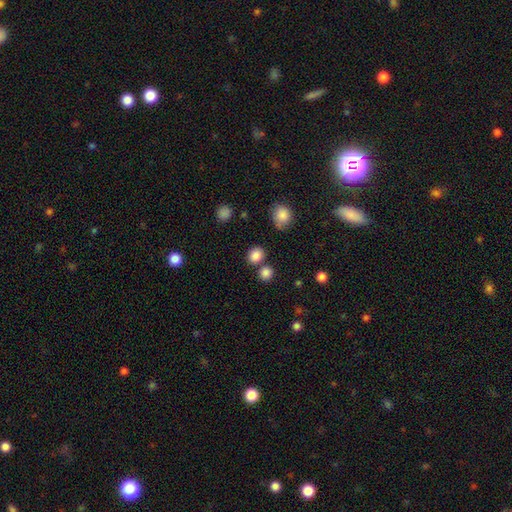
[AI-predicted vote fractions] Smooth or featured? smooth (84%)
How rounded? round (74%)
Merging? none (72%)